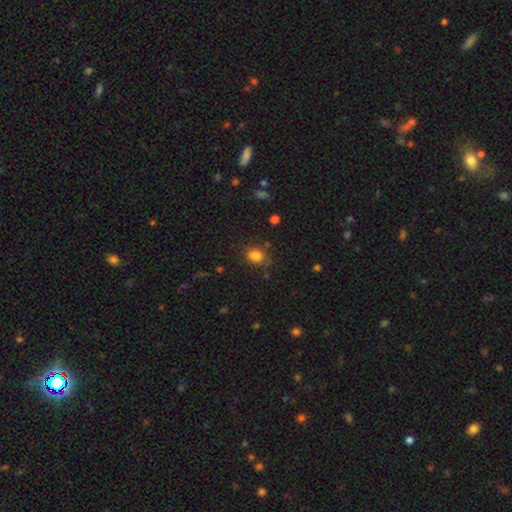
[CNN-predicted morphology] type=smooth (82%); roundness=in between (57%); merging=none (74%).